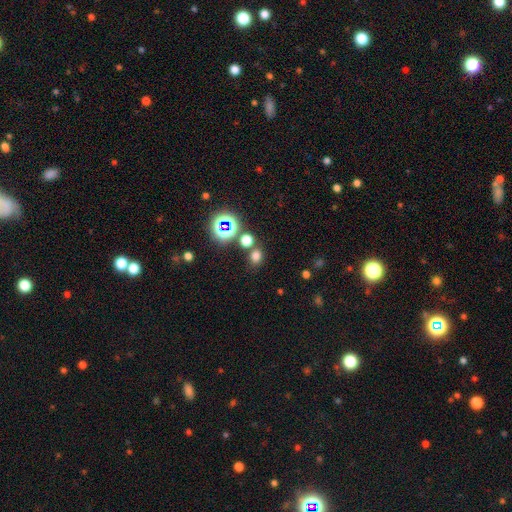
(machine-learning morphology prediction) Smooth or featured: smooth — 68% (star or artifact — 26%)
How rounded: round — 65% (in between — 34%)
Merging: none — 72% (merger — 15%)